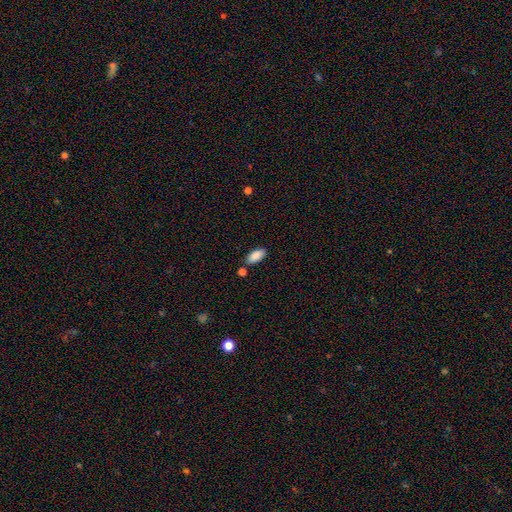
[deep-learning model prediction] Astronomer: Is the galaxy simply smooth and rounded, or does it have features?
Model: smooth — 89%.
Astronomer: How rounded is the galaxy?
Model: in between — 90%.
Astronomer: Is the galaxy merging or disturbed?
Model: none — 81%.